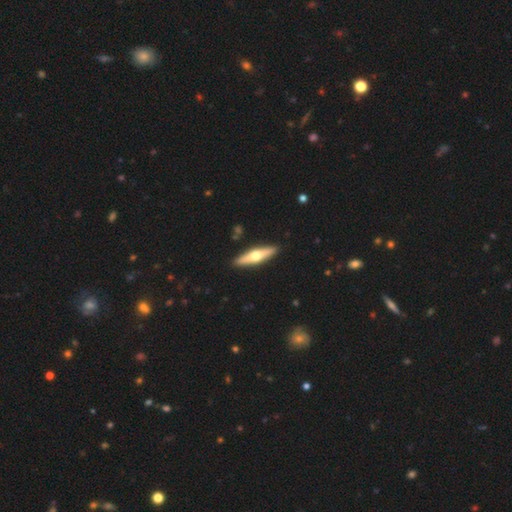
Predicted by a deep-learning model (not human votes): Smooth or featured? Predicted: featured or disk (p=0.58). Edge-on disk? Predicted: yes (p=0.94). Edge-on bulge? Predicted: rounded (p=0.95). Merging? Predicted: none (p=0.91).